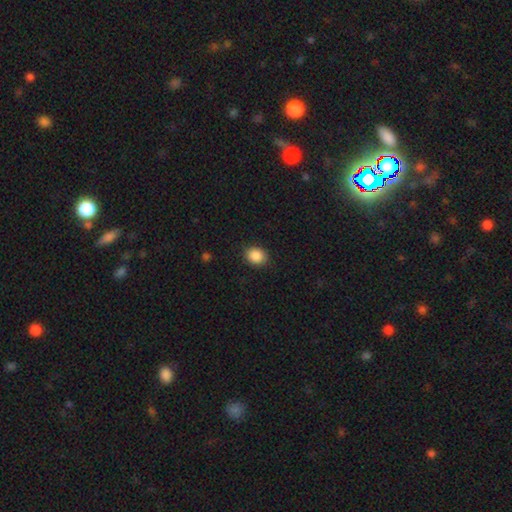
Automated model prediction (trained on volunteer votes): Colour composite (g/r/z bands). It shows a smooth galaxy with no disk features (88%) that is round (52%). Merging: none (88%).